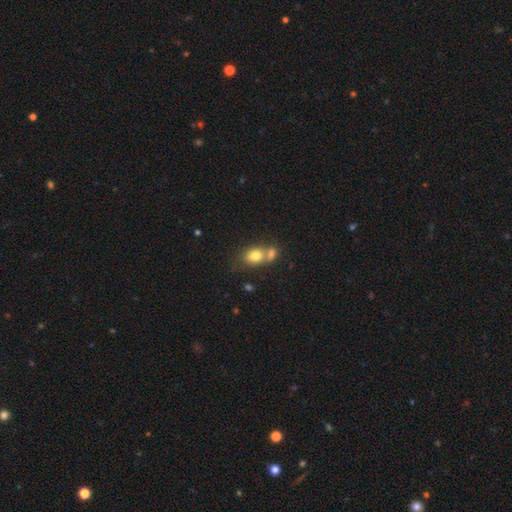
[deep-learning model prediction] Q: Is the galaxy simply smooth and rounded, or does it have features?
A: smooth — 76%.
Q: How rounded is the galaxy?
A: in between — 65%.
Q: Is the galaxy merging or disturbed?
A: merger — 48%.